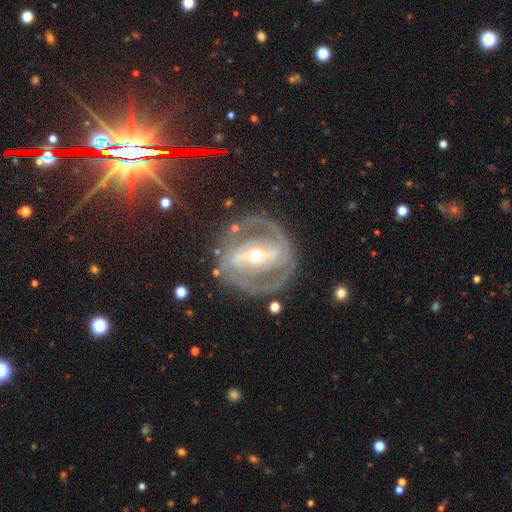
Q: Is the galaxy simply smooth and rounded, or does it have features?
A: featured or disk — 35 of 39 (90%).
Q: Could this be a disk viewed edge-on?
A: no — 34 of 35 (97%).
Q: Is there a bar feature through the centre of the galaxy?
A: strong — 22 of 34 (65%).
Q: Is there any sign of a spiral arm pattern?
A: yes — 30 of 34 (88%).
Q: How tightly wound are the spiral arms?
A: medium — 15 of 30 (50%).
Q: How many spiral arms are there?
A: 2 — 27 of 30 (90%).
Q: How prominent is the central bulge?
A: moderate — 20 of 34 (59%).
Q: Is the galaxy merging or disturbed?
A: none — 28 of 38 (74%).